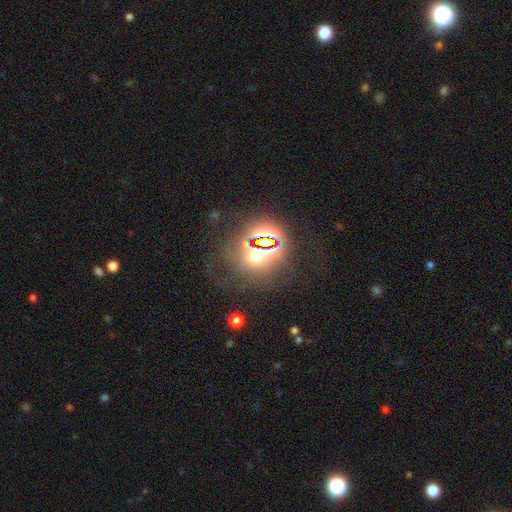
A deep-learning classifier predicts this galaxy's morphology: smooth-or-featured: star or artifact: 56% | smooth: 31% | featured or disk: 13%